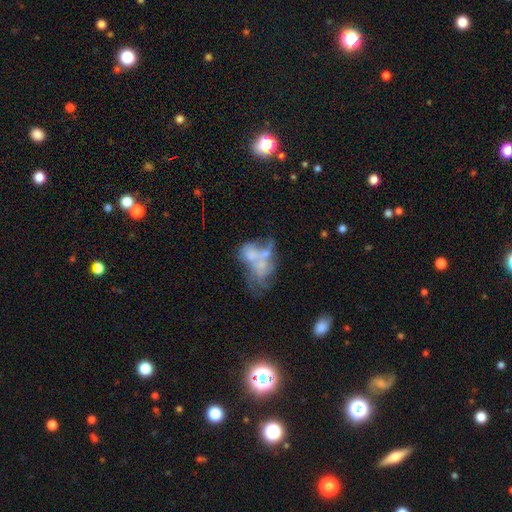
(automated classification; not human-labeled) Smooth or featured: featured or disk — 53% (smooth — 35%)
Edge-on disk: no — 97% (yes — 3%)
Bar: no — 88% (weak — 9%)
Spiral arms: no — 81% (yes — 19%)
Bulge size: none — 56% (small — 20%)
Merging: merger — 51% (major disturbance — 24%)